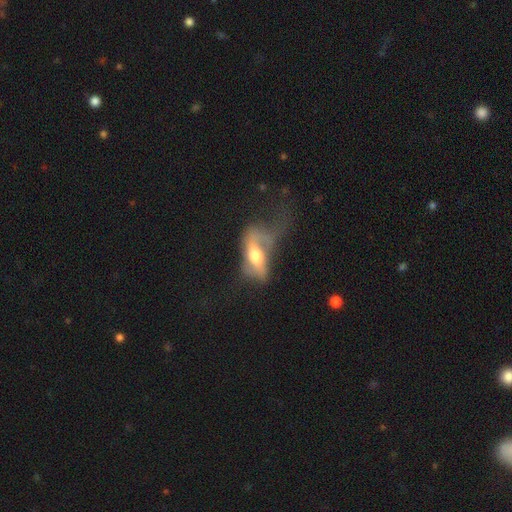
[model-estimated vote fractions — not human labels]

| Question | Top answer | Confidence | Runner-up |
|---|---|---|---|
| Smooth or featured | featured or disk | 50% | smooth (43%) |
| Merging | major disturbance | 53% | minor disturbance (21%) |